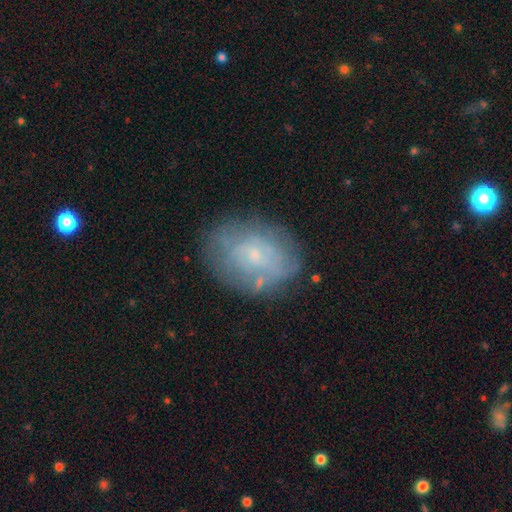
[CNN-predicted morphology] This appears to be a featured or disk galaxy (50%). Merging: none (70%).